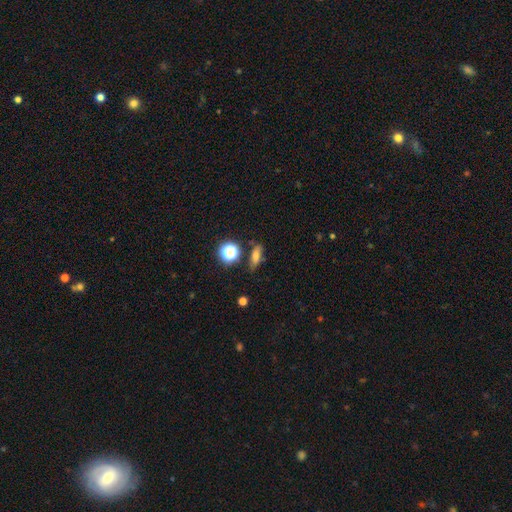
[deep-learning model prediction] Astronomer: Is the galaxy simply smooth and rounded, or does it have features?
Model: smooth — 62%.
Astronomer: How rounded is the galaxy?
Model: in between — 50% (runner-up: cigar-shaped, 33%).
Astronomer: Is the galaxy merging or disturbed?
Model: none — 74%.